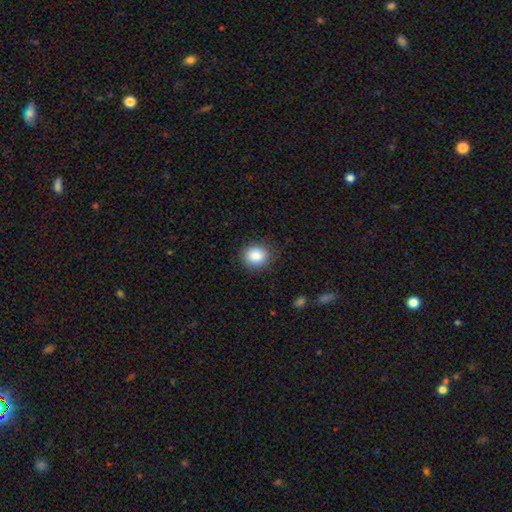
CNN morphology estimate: Smooth or featured? smooth (86%)
How rounded? round (75%)
Merging? none (86%)